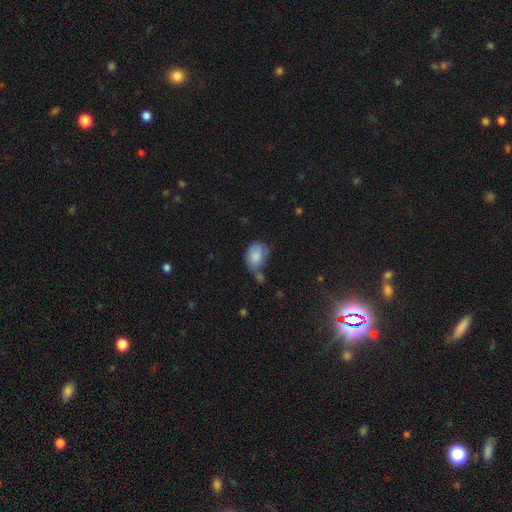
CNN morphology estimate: The model was most divided on "merging": none: 39%, minor disturbance: 30%, merger: 19%, major disturbance: 12%. More confident: smooth or featured — smooth (83%); how rounded — in between (76%).